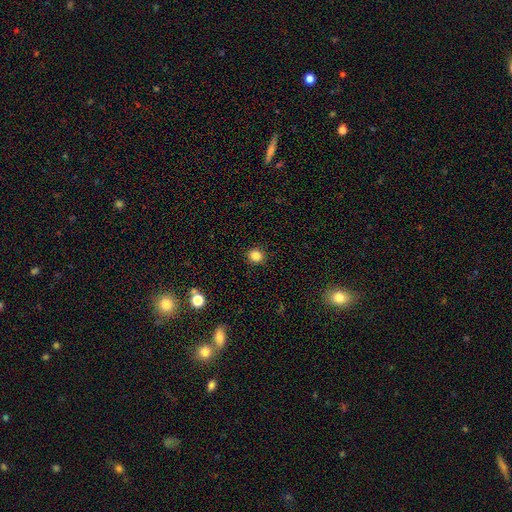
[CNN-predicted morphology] smooth-or-featured: smooth: 84% | star or artifact: 12% | featured or disk: 4%
  how-rounded: round: 87% | in between: 12% | cigar-shaped: 1%
  merging: none: 91% | minor disturbance: 6% | major disturbance: 2% | merger: 1%